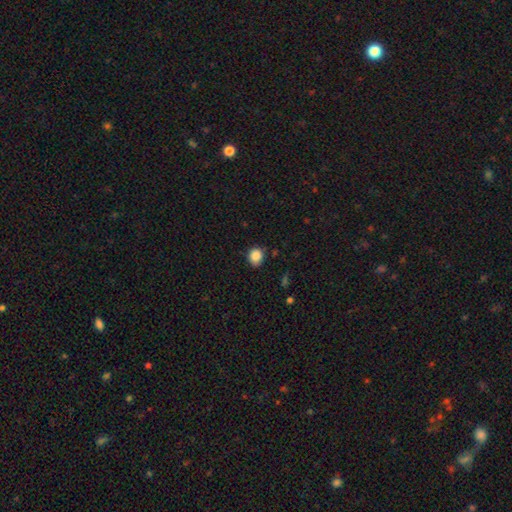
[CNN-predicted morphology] Q: Smooth or featured?
A: smooth (87%); runner-up: star or artifact (10%)
Q: How rounded?
A: round (71%); runner-up: in between (28%)
Q: Merging?
A: none (77%); runner-up: minor disturbance (18%)